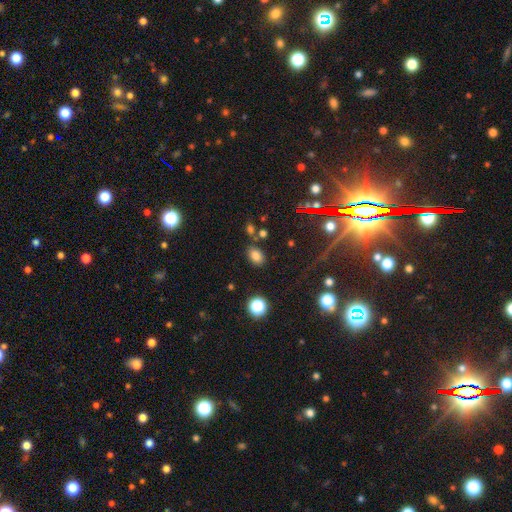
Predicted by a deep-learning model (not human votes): Morphology: type=smooth (78%); roundness=in between (77%); merging=none (78%).